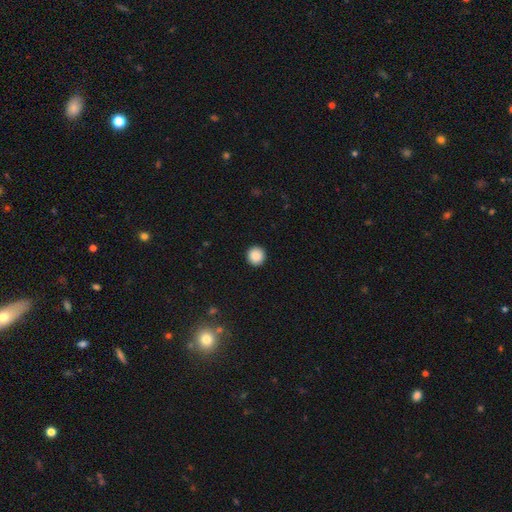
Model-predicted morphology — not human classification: A smooth galaxy with no disk features (89%) that is round (95%).

Vote fractions:
- Smooth or featured? smooth: 89% / star or artifact: 9% / featured or disk: 2%
- How rounded? round: 95% / in between: 4% / cigar-shaped: 1%
- Merging? none: 93% / minor disturbance: 4% / major disturbance: 2% / merger: 1%